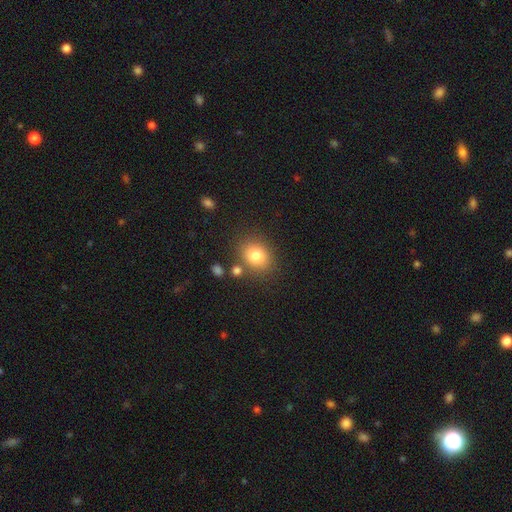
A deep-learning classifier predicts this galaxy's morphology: The model was most divided on "how rounded": round: 56%, in between: 43%, cigar-shaped: 1%. More confident: smooth or featured — smooth (80%); merging — none (78%).